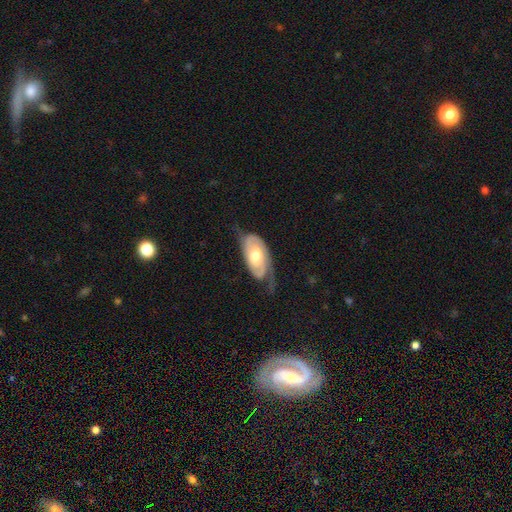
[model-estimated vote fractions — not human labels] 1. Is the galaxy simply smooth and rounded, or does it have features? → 73% featured or disk, 22% smooth, 5% star or artifact.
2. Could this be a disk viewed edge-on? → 93% no, 7% yes.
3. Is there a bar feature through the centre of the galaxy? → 69% no, 24% weak, 6% strong.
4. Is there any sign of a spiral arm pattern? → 88% yes, 12% no.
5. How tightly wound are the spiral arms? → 39% tight, 36% medium, 25% loose.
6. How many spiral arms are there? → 70% 2, 14% 1, 12% can't tell, 2% 3, 1% 4, 1% more than 4.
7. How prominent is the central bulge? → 68% moderate, 16% large, 13% small, 2% dominant, 1% none.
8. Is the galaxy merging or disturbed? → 51% none, 28% minor disturbance, 19% major disturbance, 2% merger.